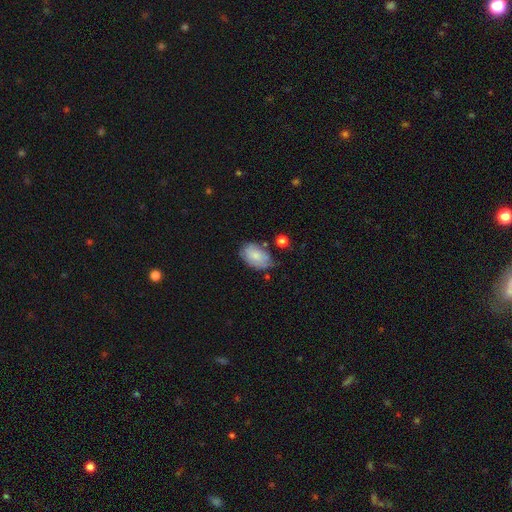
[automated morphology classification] A smooth galaxy with no disk features (75%) that is in between round and cigar-shaped (89%). Merging: none (59%).